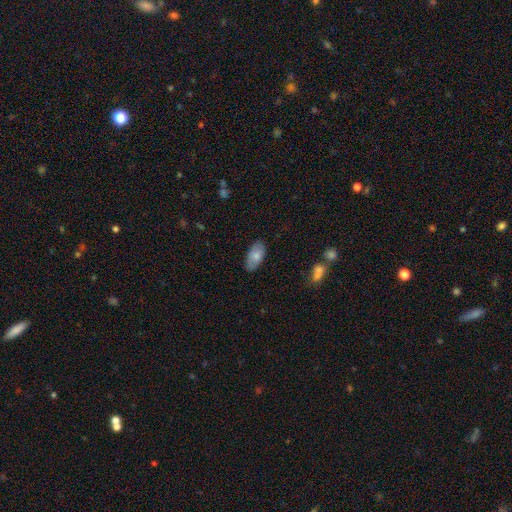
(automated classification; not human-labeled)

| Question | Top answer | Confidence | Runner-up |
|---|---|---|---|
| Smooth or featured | smooth | 76% | featured or disk (18%) |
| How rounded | in between | 93% | cigar-shaped (4%) |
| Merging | none | 81% | minor disturbance (15%) |